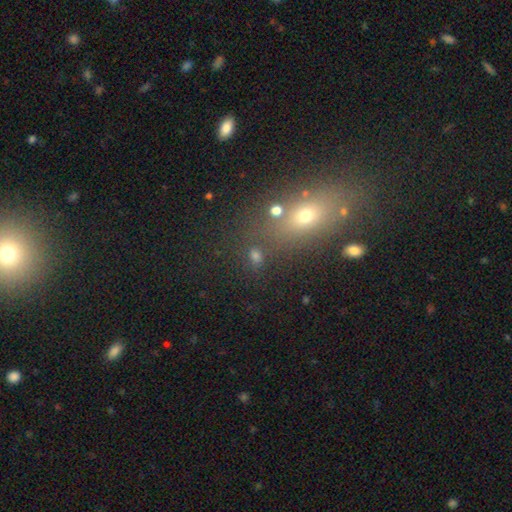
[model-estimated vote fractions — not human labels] This is likely a smooth galaxy (61%). How rounded: possibly in between (51%). Merging: likely none (68%).